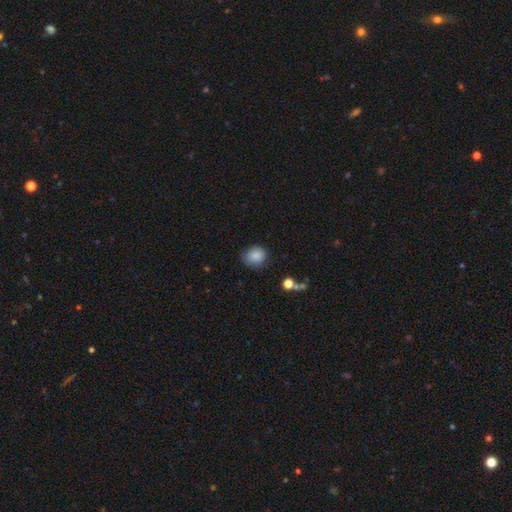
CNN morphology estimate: smooth_or_featured: smooth (p=0.87) [alt: star or artifact p=0.09]
how_rounded: round (p=0.65) [alt: in between p=0.34]
merging: none (p=0.75) [alt: minor disturbance p=0.19]